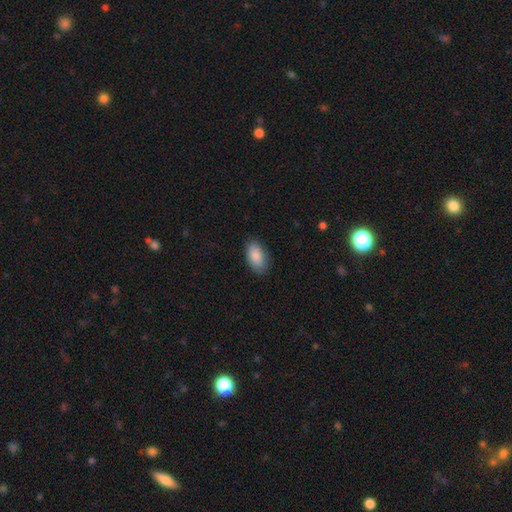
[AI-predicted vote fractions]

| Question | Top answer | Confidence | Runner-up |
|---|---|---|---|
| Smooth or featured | smooth | 87% | featured or disk (7%) |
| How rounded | in between | 94% | round (4%) |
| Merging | none | 85% | minor disturbance (11%) |